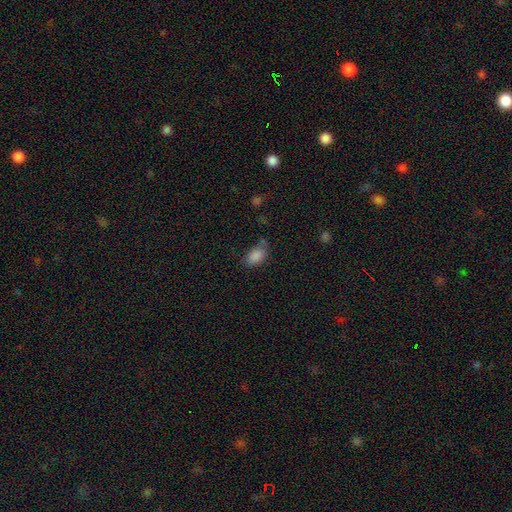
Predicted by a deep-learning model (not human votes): The model was most divided on "merging": none: 60%, minor disturbance: 25%, merger: 8%, major disturbance: 8%. More confident: how rounded — in between (88%); smooth or featured — smooth (85%).